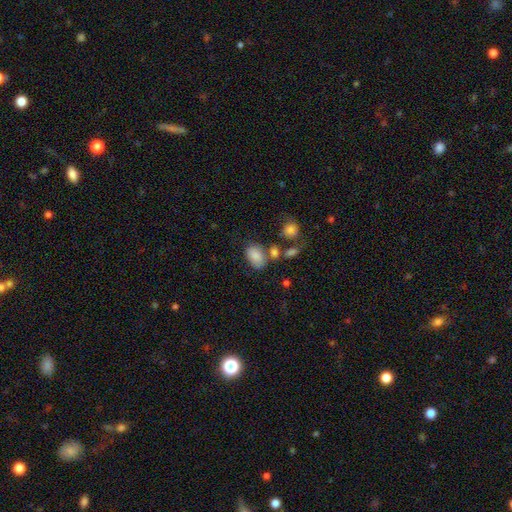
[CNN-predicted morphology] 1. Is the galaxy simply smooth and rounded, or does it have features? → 83% smooth, 9% star or artifact, 8% featured or disk.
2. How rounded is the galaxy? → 85% in between, 13% round, 1% cigar-shaped.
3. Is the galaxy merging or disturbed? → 54% none, 20% minor disturbance, 17% merger, 8% major disturbance.